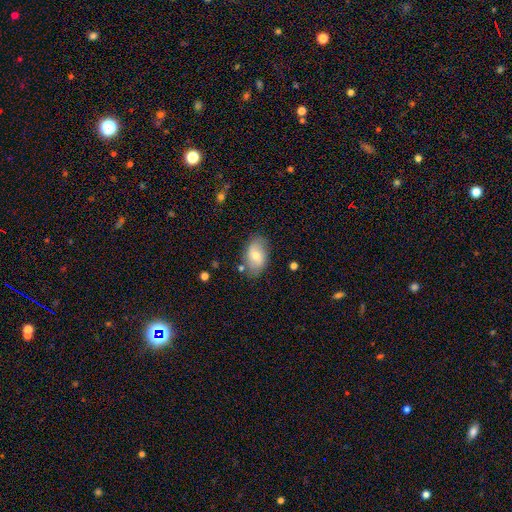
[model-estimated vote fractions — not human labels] smooth_or_featured: smooth (p=0.60) [alt: featured or disk p=0.32]
how_rounded: in between (p=0.90) [alt: round p=0.09]
merging: none (p=0.75) [alt: minor disturbance p=0.17]